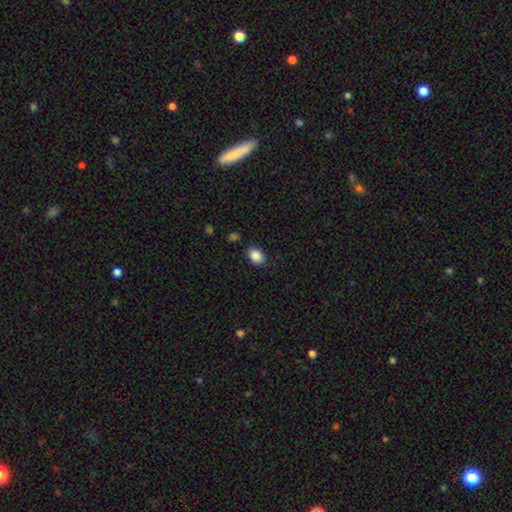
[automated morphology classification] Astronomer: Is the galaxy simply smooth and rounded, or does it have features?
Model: smooth — 87%.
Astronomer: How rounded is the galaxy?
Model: in between — 68%.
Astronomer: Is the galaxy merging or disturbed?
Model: none — 86%.